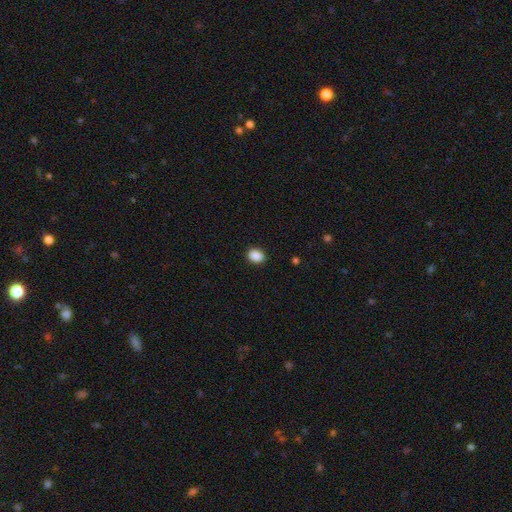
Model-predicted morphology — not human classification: This appears to be a smooth galaxy with no disk features (89%) that is in between round and cigar-shaped (57%). Merging: none (90%).